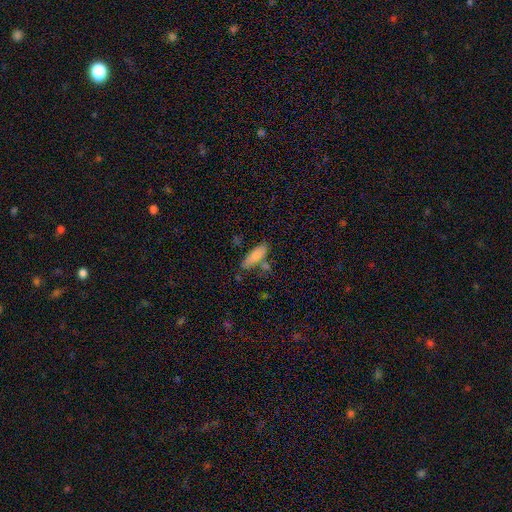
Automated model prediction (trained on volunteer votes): This appears to be a smooth galaxy with no disk features (77%) that is in between round and cigar-shaped (56%). Merging: none (64%).